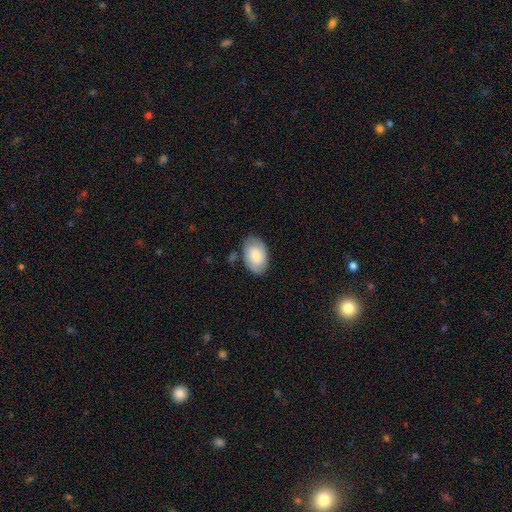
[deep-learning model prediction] A smooth galaxy with no disk features (71%) that is in between round and cigar-shaped (91%).

Vote fractions:
- Smooth or featured? smooth: 71% / featured or disk: 23% / star or artifact: 6%
- How rounded? in between: 91% / round: 8% / cigar-shaped: 1%
- Merging? none: 77% / minor disturbance: 16% / major disturbance: 4% / merger: 3%